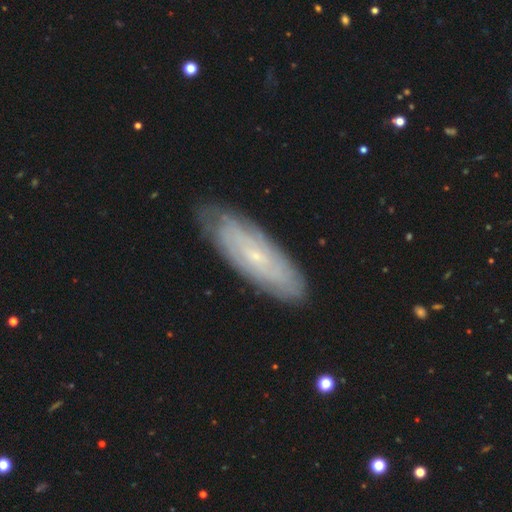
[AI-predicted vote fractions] Smooth or featured? featured or disk (65%)
Edge-on disk? no (80%)
Bar? no (71%)
Spiral arms? yes (78%)
Bulge size? small (85%)
Merging? none (82%)